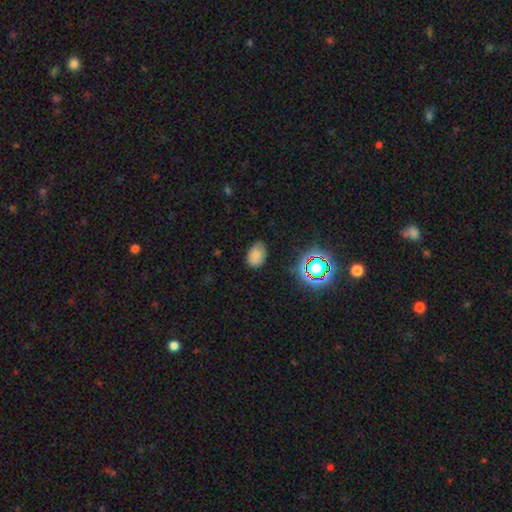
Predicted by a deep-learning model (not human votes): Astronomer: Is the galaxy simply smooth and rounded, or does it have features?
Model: smooth — 76%.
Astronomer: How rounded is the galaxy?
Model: in between — 82%.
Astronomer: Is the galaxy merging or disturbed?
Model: none — 74%.